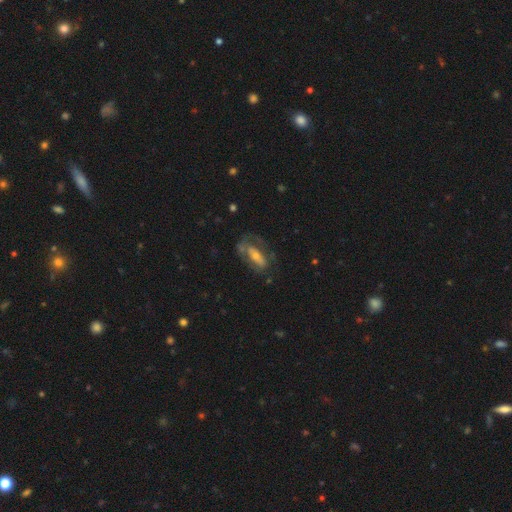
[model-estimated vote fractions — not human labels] A featured or disk galaxy (58%). Merging: none (46%).